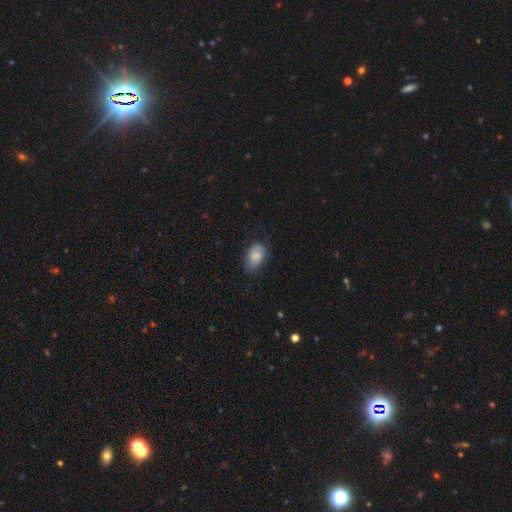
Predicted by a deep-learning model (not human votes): Q: Smooth or featured?
A: smooth (79%); runner-up: featured or disk (14%)
Q: How rounded?
A: in between (90%); runner-up: round (8%)
Q: Merging?
A: none (70%); runner-up: minor disturbance (23%)